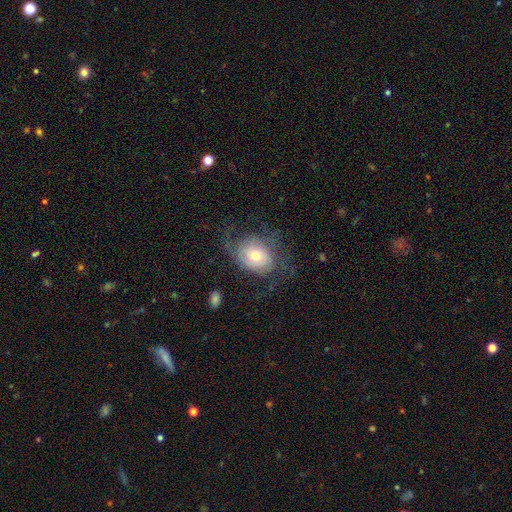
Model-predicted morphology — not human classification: smooth-or-featured: featured or disk: 59% | smooth: 33% | star or artifact: 8%
  disk-edge-on: no: 96% | yes: 4%
    bar: no: 76% | weak: 20% | strong: 5%
    has-spiral-arms: yes: 79% | no: 21%
    bulge-size: moderate: 61% | small: 28% | large: 7% | dominant: 2% | none: 1%
  merging: none: 54% | major disturbance: 26% | minor disturbance: 19% | merger: 2%